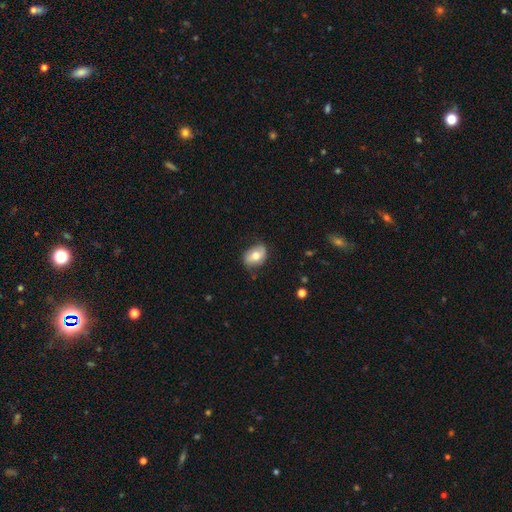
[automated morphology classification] Overall: smooth (55%; featured or disk 37%). How rounded: in between (74%). Merging: none (69%).